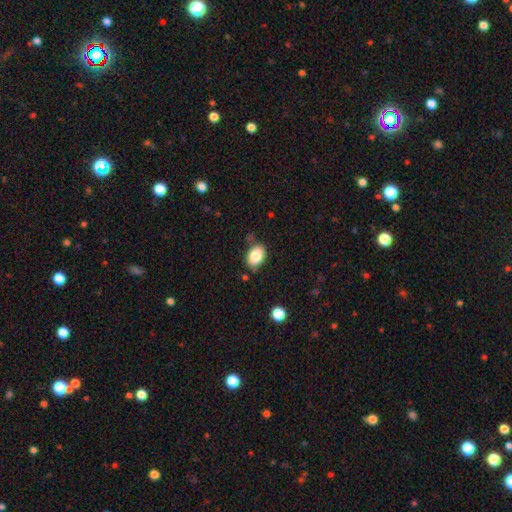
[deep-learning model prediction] A smooth galaxy with no disk features (83%) that is in between round and cigar-shaped (81%).

Vote fractions:
- Smooth or featured? smooth: 83% / featured or disk: 9% / star or artifact: 8%
- How rounded? in between: 81% / round: 18% / cigar-shaped: 1%
- Merging? none: 76% / minor disturbance: 16% / merger: 5% / major disturbance: 4%